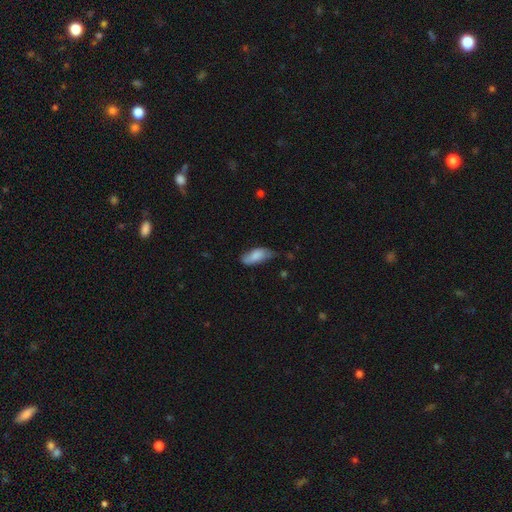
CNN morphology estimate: Smooth or featured: smooth — 79% (featured or disk — 15%)
How rounded: in between — 82% (cigar-shaped — 16%)
Merging: none — 51% (minor disturbance — 38%)